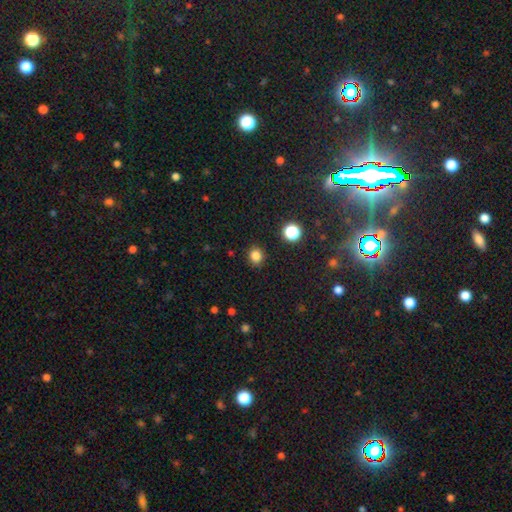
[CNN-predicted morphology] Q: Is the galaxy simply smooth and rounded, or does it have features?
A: smooth — 83%.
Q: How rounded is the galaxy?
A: round — 77%.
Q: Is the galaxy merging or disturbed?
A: none — 89%.